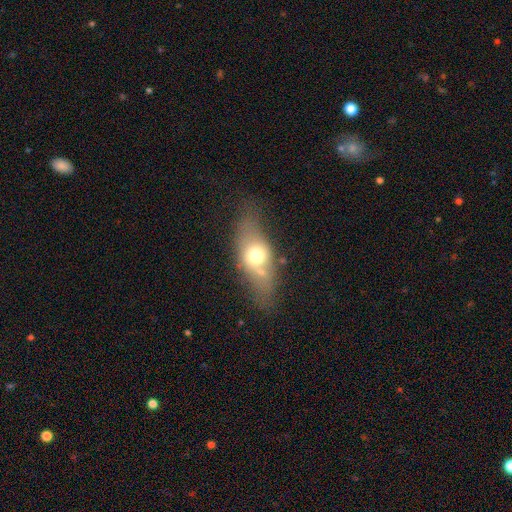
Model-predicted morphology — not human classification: Overall: smooth (56%; featured or disk 35%). How rounded: in between (72%). Merging: none (56%; minor disturbance 23%).